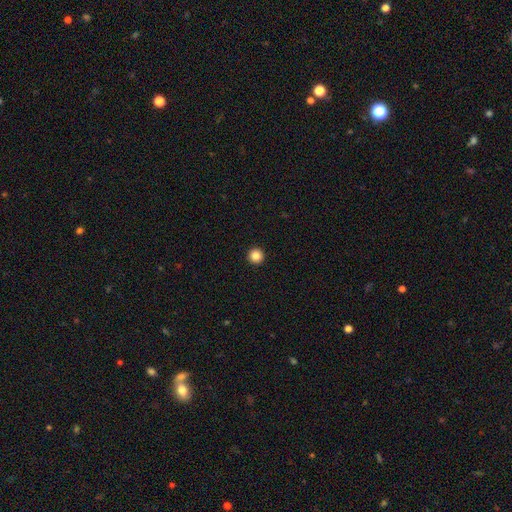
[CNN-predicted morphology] type=smooth (86%); roundness=round (97%); merging=none (94%).